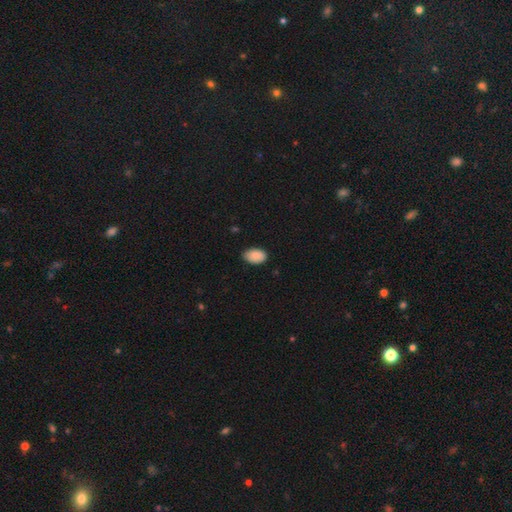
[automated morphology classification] smooth-or-featured: smooth: 90% | star or artifact: 7% | featured or disk: 4%
  how-rounded: in between: 91% | round: 7% | cigar-shaped: 1%
  merging: none: 81% | minor disturbance: 16% | major disturbance: 2% | merger: 1%